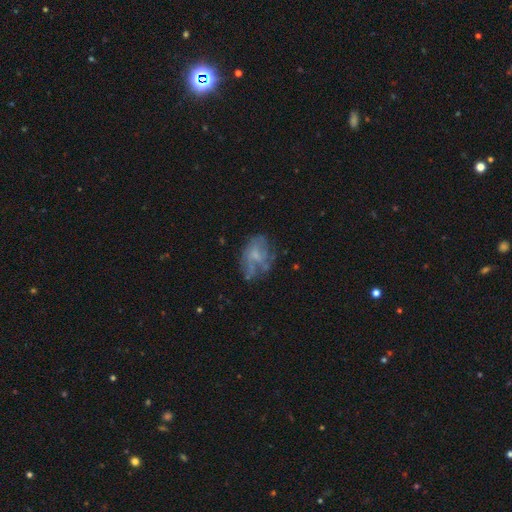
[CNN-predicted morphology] type=featured or disk (55%); edge-on=no (97%); bar=no (72%); spiral arms=no (61%); bulge=small (42%); merging=none (48%).